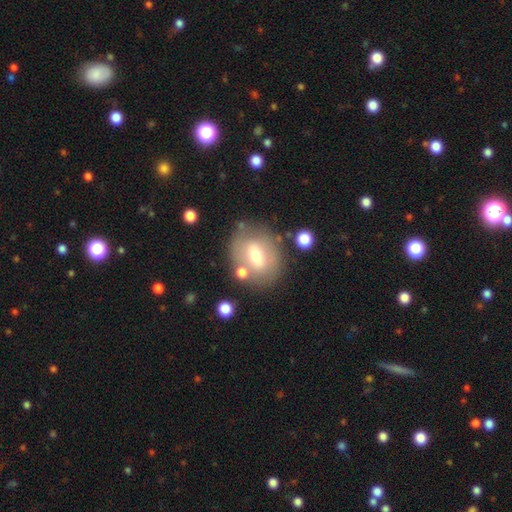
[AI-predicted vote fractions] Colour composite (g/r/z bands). It shows a smooth galaxy with no disk features (52%) that is round (50%). Merging: none (74%).